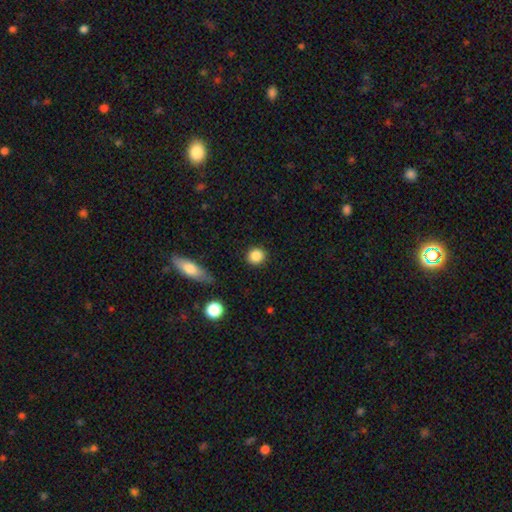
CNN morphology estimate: This appears to be a smooth galaxy with no disk features (86%) that is round (88%). Merging: none (89%).